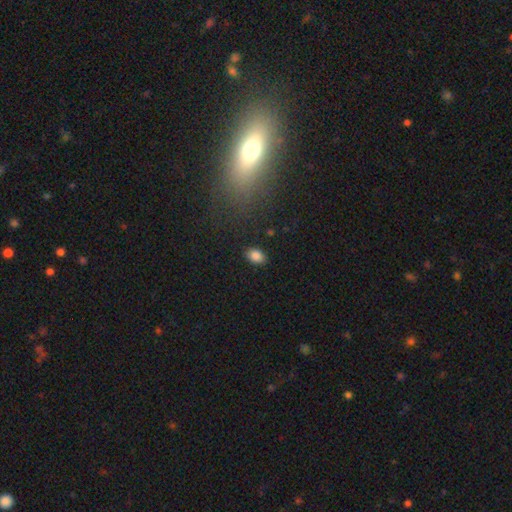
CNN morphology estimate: smooth 86%, star or artifact 10%, featured or disk 4%. Down the decision tree: how rounded — in between (82%); merging — none (87%).